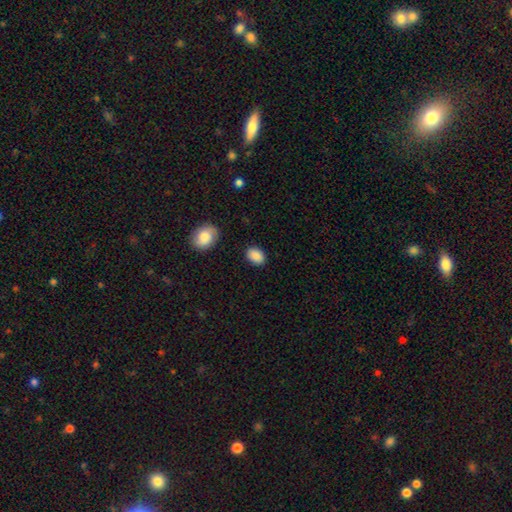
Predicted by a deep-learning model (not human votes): This is clearly a smooth galaxy (88%). How rounded: likely in between (76%). Merging: clearly none (86%).